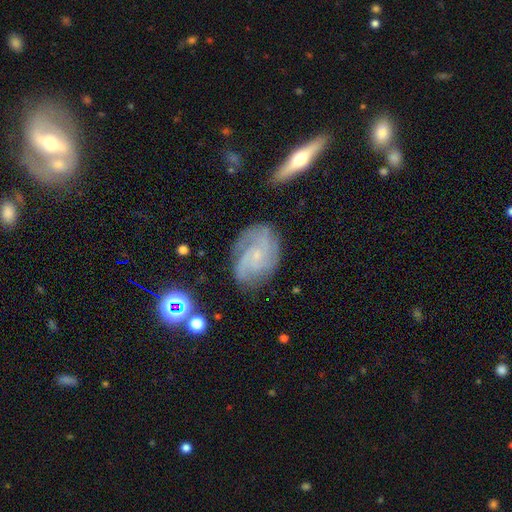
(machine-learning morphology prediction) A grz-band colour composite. It shows a featured or disk galaxy (79%) with no bar (70%), 3 (31%) tight (55%) spiral arms (96%) and a small central bulge (78%). Merging: none (72%).